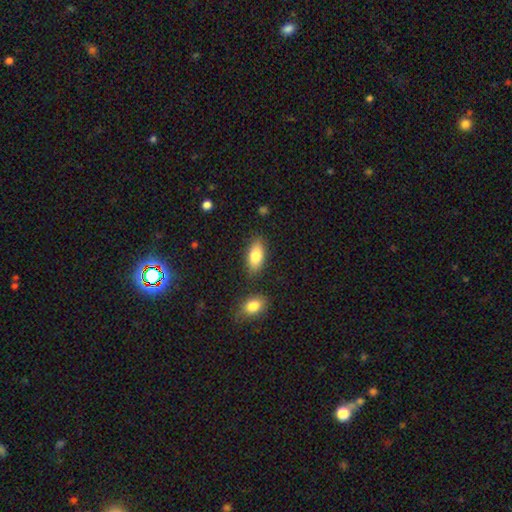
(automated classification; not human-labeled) Smooth or featured? Predicted: smooth (p=0.81). How rounded? Predicted: in between (p=0.88). Merging? Predicted: none (p=0.82).